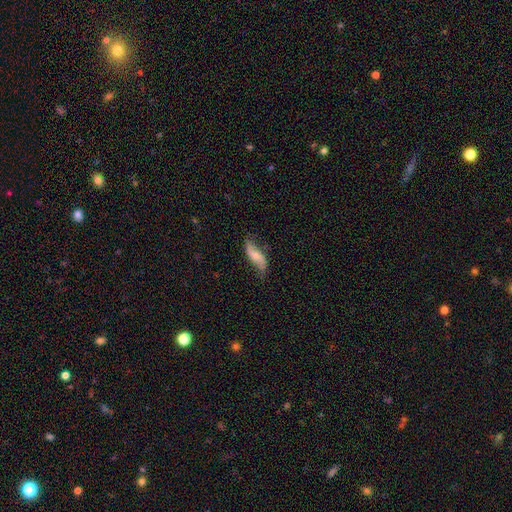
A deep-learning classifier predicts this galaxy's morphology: Smooth or featured? Predicted: featured or disk (p=0.57). Edge-on disk? Predicted: no (p=0.89). Bar? Predicted: no (p=0.46). Spiral arms? Predicted: yes (p=0.89). Bulge size? Predicted: small (p=0.44). Merging? Predicted: none (p=0.64).